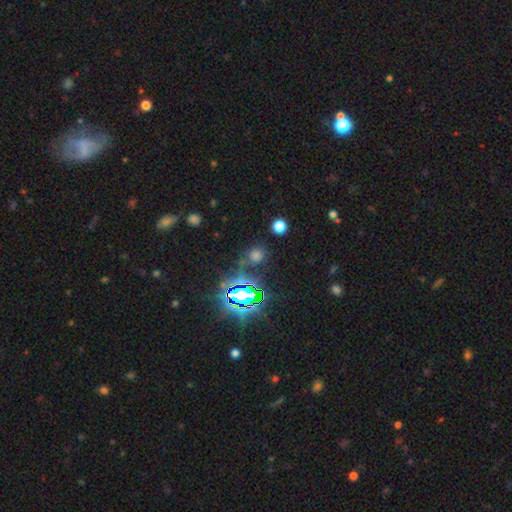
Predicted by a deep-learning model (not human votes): The model was most divided on "smooth or featured": smooth: 49%, star or artifact: 44%, featured or disk: 7%. More confident: merging — none (79%).